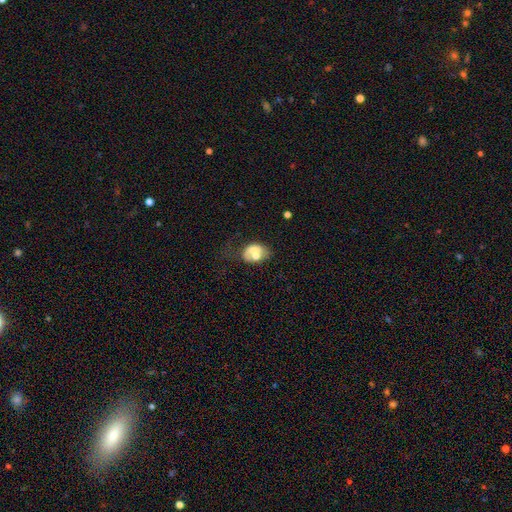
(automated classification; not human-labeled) smooth 53%, featured or disk 38%, star or artifact 9%. Down the decision tree: how rounded — in between (68%); merging — merger (37%).